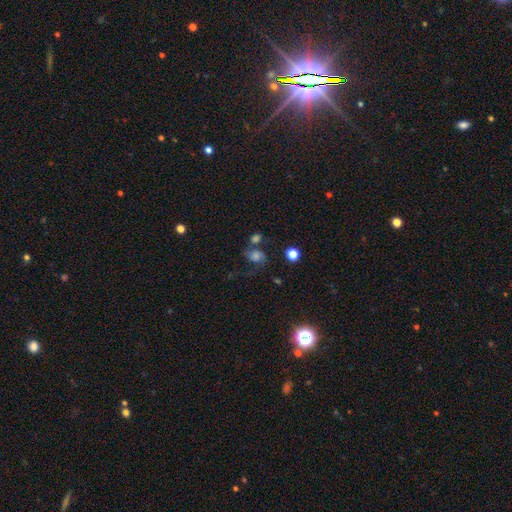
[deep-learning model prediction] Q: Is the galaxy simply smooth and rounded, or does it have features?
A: smooth — 42%.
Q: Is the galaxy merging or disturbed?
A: none — 39%.